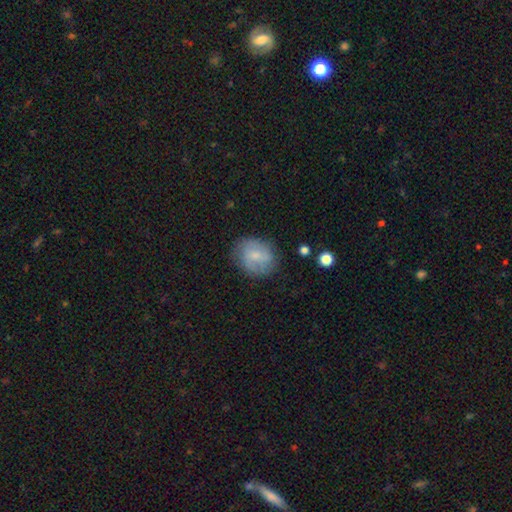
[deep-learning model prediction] This is possibly a smooth galaxy (52%). How rounded: likely round (66%). Merging: likely none (70%).